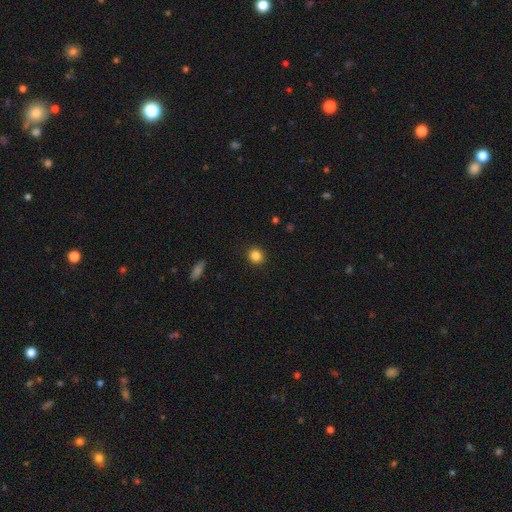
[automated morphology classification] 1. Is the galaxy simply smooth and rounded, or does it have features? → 86% smooth, 10% star or artifact, 4% featured or disk.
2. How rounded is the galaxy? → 90% round, 9% in between, 1% cigar-shaped.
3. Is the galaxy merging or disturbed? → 91% none, 6% minor disturbance, 2% major disturbance, 1% merger.